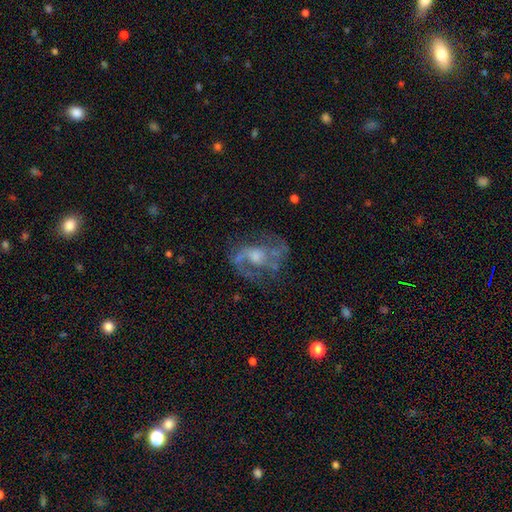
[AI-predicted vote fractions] This appears to be a featured or disk galaxy (79%) with no bar (55%), 2 (75%) medium (48%) spiral arms (83%) and a moderate central bulge (47%). Merging: none (61%).